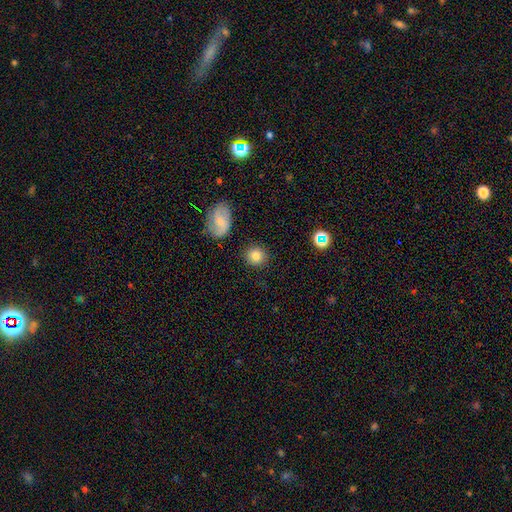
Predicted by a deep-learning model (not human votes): The model was most divided on "smooth or featured": smooth: 81%, star or artifact: 10%, featured or disk: 9%. More confident: how rounded — round (89%); merging — none (88%).